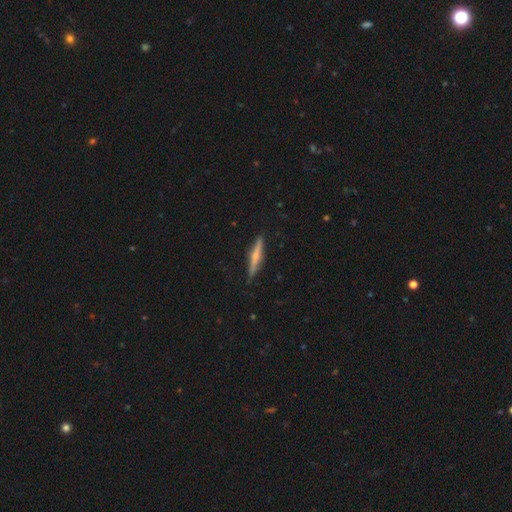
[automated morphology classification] featured or disk 54%, smooth 40%, star or artifact 7%. Down the decision tree: edge-on disk — yes (96%); edge-on bulge — rounded (68%); merging — none (86%).